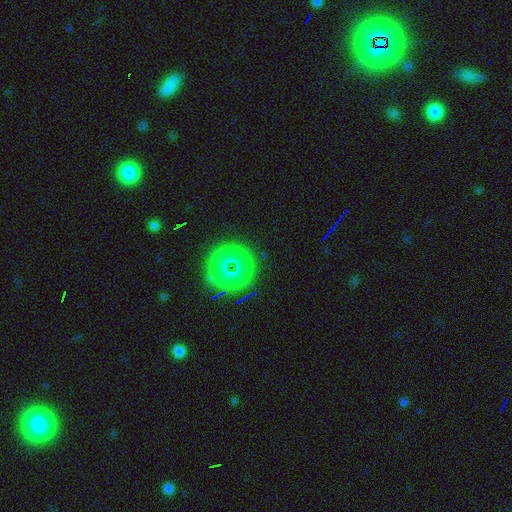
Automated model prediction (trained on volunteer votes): Smooth or featured?
  - star or artifact: 78% *
  - smooth: 15%
  - featured or disk: 8%